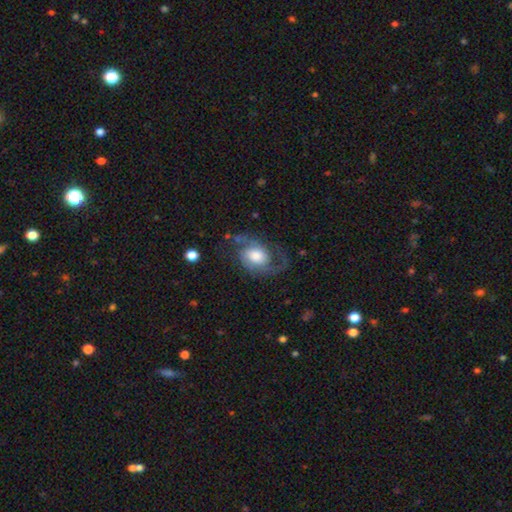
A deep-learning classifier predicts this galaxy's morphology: This appears to be a featured or disk galaxy (80%) with no bar (68%), 2 (87%) medium (49%) spiral arms (94%) and a large central bulge (48%). Merging: none (63%).